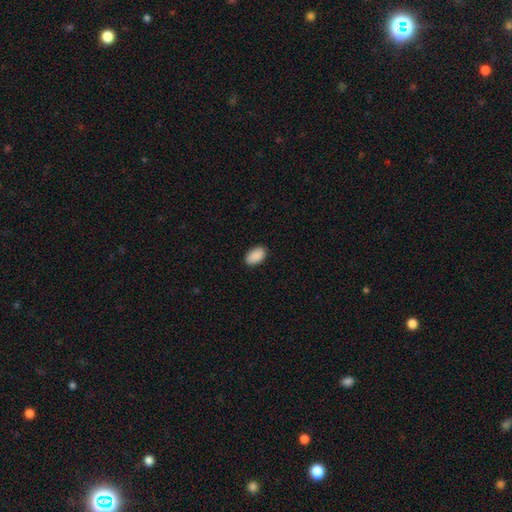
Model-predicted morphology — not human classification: smooth 91%, star or artifact 6%, featured or disk 3%. Down the decision tree: how rounded — in between (94%); merging — none (88%).